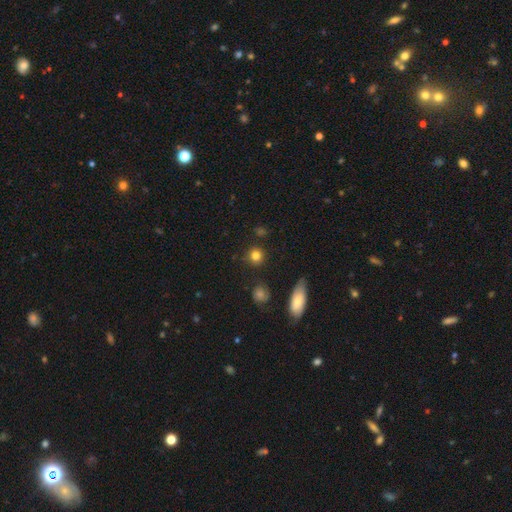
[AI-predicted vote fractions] Morphology: type=smooth (82%); roundness=round (87%); merging=none (84%).